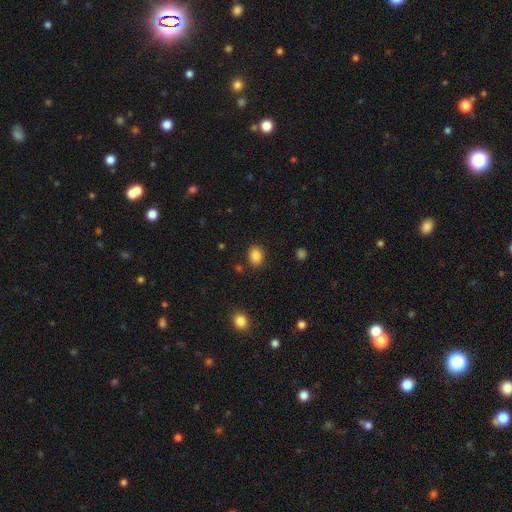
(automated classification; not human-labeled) smooth_or_featured: smooth (p=0.86) [alt: star or artifact p=0.10]
how_rounded: in between (p=0.57) [alt: round p=0.43]
merging: none (p=0.84) [alt: minor disturbance p=0.10]